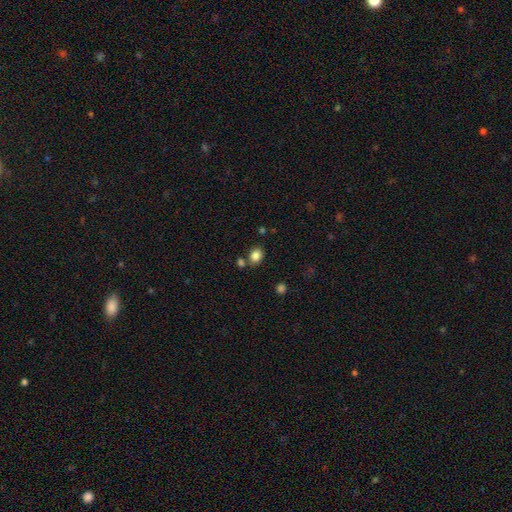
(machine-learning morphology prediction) The model was most divided on "how rounded": in between: 52%, round: 47%, cigar-shaped: 1%. More confident: smooth or featured — smooth (84%); merging — none (74%).